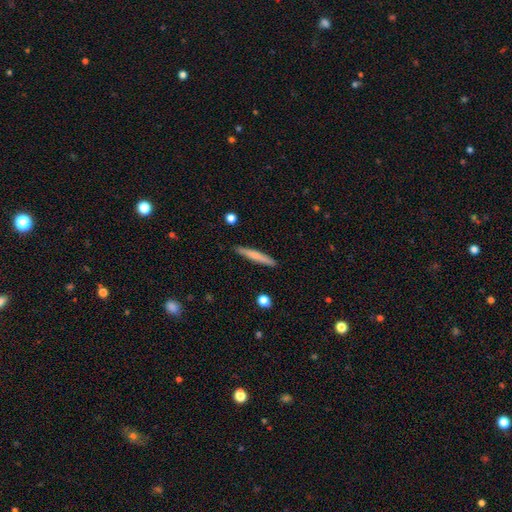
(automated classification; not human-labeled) This is likely a smooth galaxy (67%). How rounded: clearly cigar-shaped (95%). Merging: clearly none (89%).